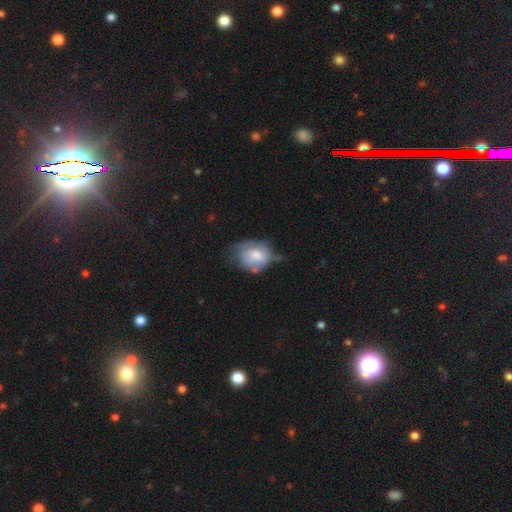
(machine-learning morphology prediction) This is possibly a smooth galaxy (57%). How rounded: possibly round (51%). Merging: marginally minor disturbance (38%).